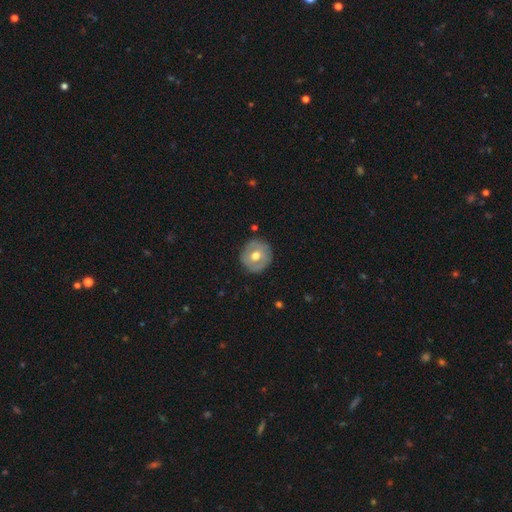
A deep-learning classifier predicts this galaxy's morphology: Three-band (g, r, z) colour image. It shows a smooth galaxy with no disk features (50%). Merging: none (85%).